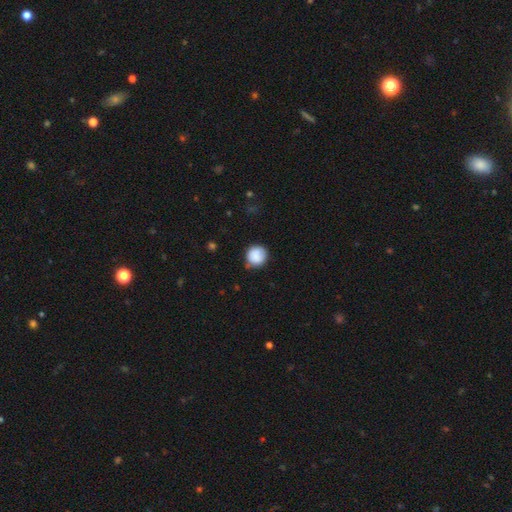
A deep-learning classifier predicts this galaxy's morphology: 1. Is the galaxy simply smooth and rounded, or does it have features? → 85% smooth, 8% star or artifact, 7% featured or disk.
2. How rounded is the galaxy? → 91% round, 8% in between, 1% cigar-shaped.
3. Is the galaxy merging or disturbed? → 78% none, 16% minor disturbance, 4% major disturbance, 2% merger.